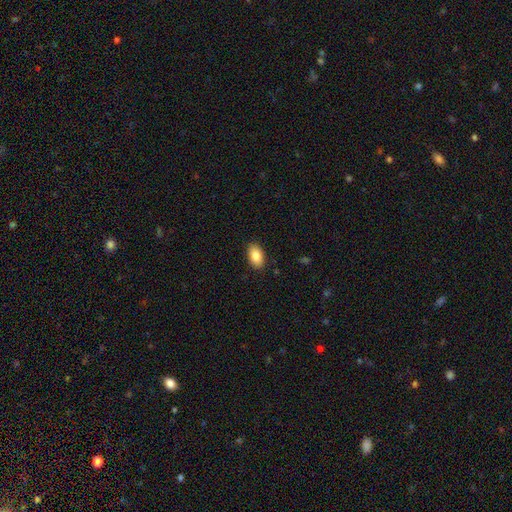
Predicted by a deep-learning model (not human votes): smooth 85%, featured or disk 8%, star or artifact 7%. Down the decision tree: how rounded — in between (93%); merging — none (88%).